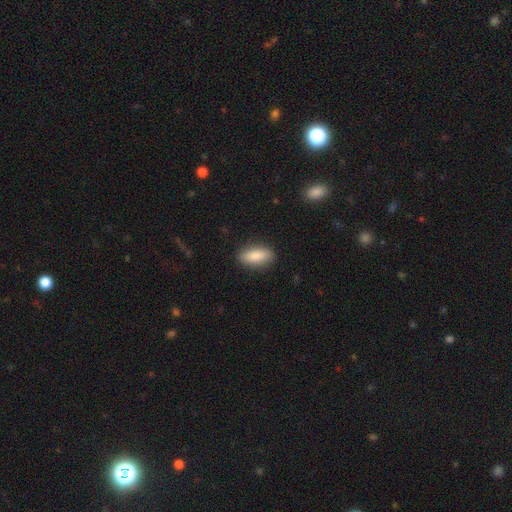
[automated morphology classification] This appears to be a smooth galaxy with no disk features (87%) that is in between round and cigar-shaped (83%). Merging: none (87%).